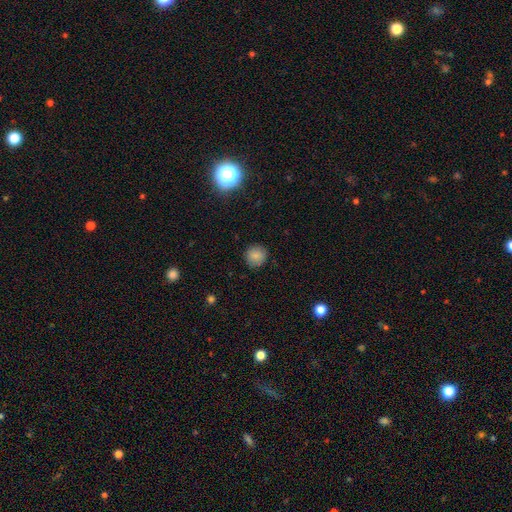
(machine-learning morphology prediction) type=smooth (83%); roundness=round (92%); merging=none (88%).